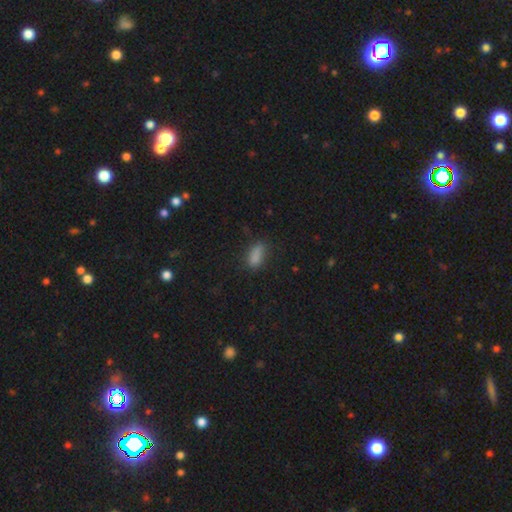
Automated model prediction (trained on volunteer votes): A smooth galaxy with no disk features (82%) that is in between round and cigar-shaped (82%). Merging: none (62%).